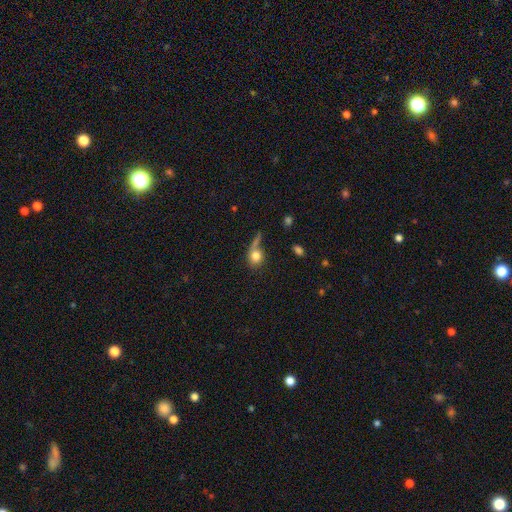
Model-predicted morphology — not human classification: Smooth or featured?
  - smooth: 77% *
  - featured or disk: 13%
  - star or artifact: 10%
How rounded?
  - round: 70% *
  - in between: 27%
  - cigar-shaped: 3%
Merging?
  - none: 43% *
  - merger: 22%
  - major disturbance: 19%
  - minor disturbance: 17%